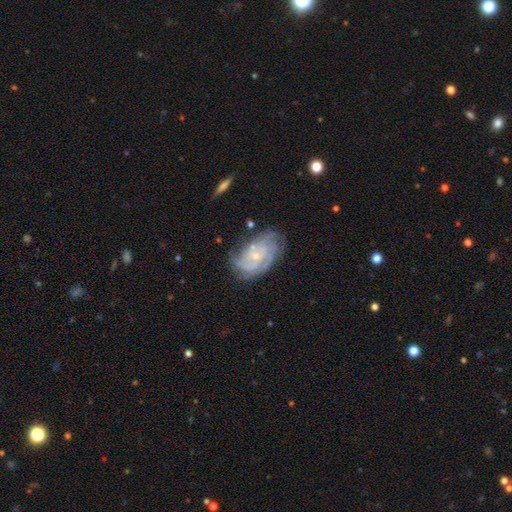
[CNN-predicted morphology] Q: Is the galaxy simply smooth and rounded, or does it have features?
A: featured or disk — 79%.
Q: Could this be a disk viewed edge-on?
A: no — 96%.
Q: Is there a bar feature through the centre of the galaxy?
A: no — 74%.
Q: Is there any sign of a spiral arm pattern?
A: yes — 90%.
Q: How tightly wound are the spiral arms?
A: tight — 60%.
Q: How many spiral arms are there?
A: can't tell — 41%.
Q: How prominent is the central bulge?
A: small — 75%.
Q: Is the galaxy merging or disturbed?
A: none — 61%.